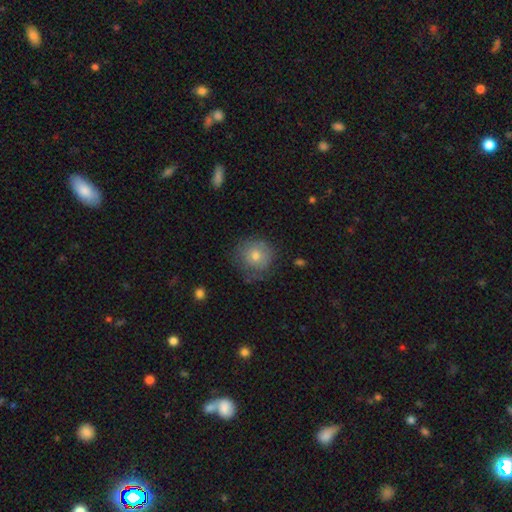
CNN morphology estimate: smooth-or-featured: smooth: 69% | featured or disk: 22% | star or artifact: 10%
  how-rounded: round: 92% | in between: 7% | cigar-shaped: 1%
  merging: none: 69% | minor disturbance: 22% | major disturbance: 8% | merger: 2%